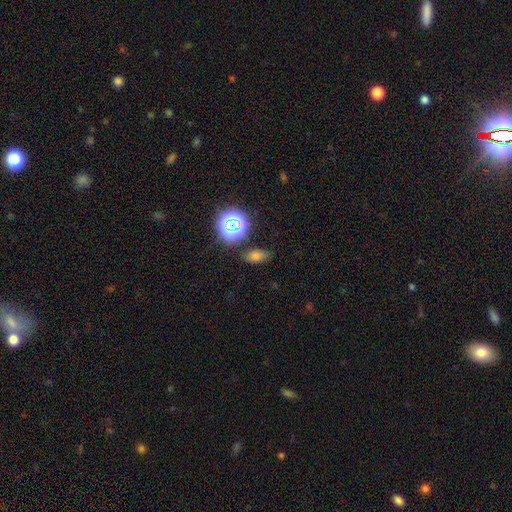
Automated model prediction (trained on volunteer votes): Q: Smooth or featured?
A: smooth (61%); runner-up: star or artifact (30%)
Q: How rounded?
A: in between (79%); runner-up: round (15%)
Q: Merging?
A: none (81%); runner-up: minor disturbance (12%)